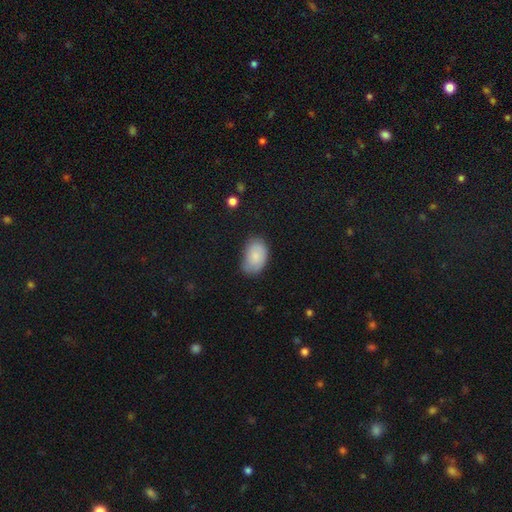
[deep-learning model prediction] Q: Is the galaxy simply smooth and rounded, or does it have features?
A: smooth — 83%.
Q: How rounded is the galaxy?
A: in between — 89%.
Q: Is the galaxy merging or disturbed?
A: none — 68%.